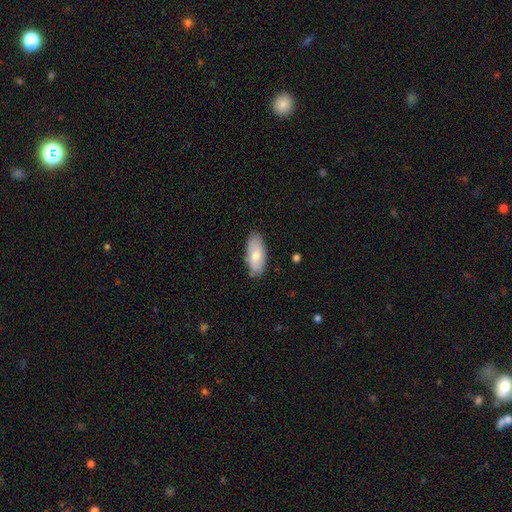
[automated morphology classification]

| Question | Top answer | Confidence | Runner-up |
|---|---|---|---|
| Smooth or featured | smooth | 75% | featured or disk (19%) |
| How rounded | in between | 89% | cigar-shaped (8%) |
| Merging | none | 79% | minor disturbance (16%) |